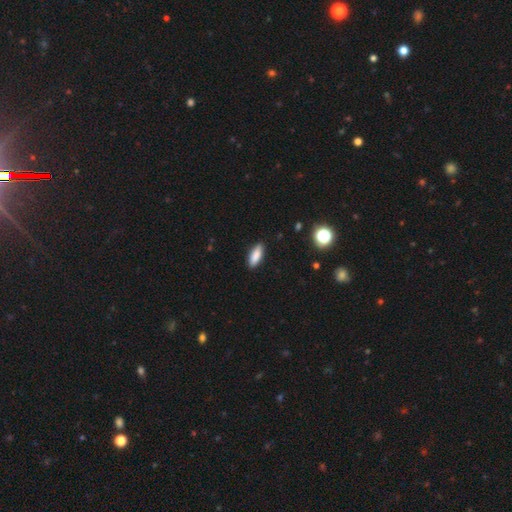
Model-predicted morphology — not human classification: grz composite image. It shows a smooth galaxy with no disk features (86%) that is in between round and cigar-shaped (69%). Merging: none (89%).